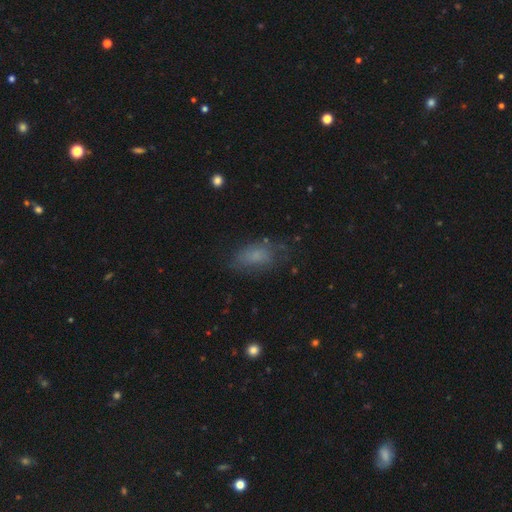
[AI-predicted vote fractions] Smooth or featured? Predicted: smooth (p=0.68). How rounded? Predicted: in between (p=0.88). Merging? Predicted: none (p=0.60).